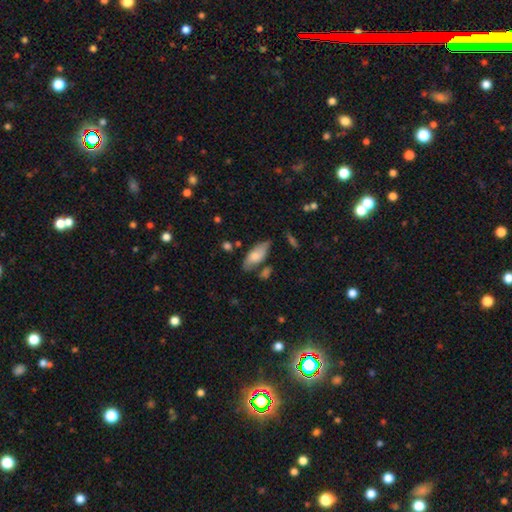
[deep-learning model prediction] Smooth or featured?
  - smooth: 67% *
  - featured or disk: 27%
  - star or artifact: 6%
How rounded?
  - in between: 84% *
  - cigar-shaped: 13%
  - round: 3%
Merging?
  - none: 61% *
  - minor disturbance: 24%
  - merger: 8%
  - major disturbance: 7%